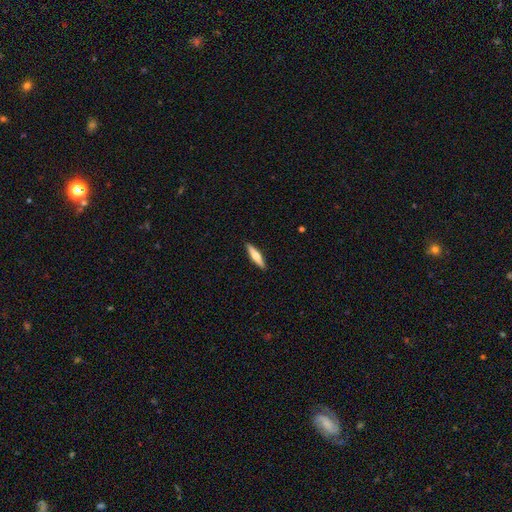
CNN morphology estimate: Smooth or featured?
  - smooth: 48% *
  - featured or disk: 46%
  - star or artifact: 5%
Merging?
  - none: 91% *
  - minor disturbance: 6%
  - major disturbance: 1%
  - merger: 1%